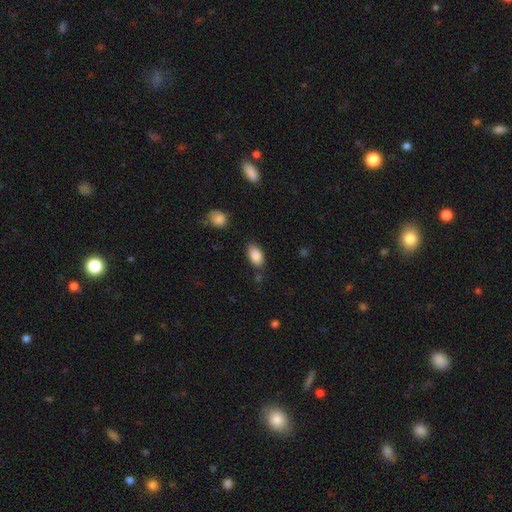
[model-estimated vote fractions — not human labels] A smooth galaxy with no disk features (87%) that is in between round and cigar-shaped (93%).

Vote fractions:
- Smooth or featured? smooth: 87% / star or artifact: 7% / featured or disk: 5%
- How rounded? in between: 93% / round: 5% / cigar-shaped: 2%
- Merging? none: 77% / minor disturbance: 15% / merger: 4% / major disturbance: 4%